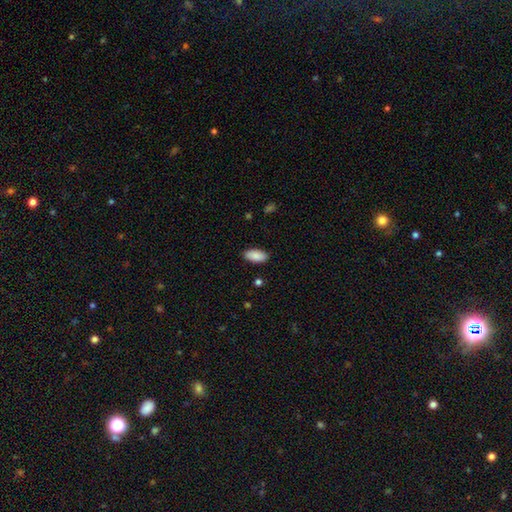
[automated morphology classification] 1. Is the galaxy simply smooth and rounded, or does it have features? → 89% smooth, 6% star or artifact, 5% featured or disk.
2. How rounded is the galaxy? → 92% in between, 6% cigar-shaped, 2% round.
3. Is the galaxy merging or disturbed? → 88% none, 8% minor disturbance, 2% major disturbance, 1% merger.